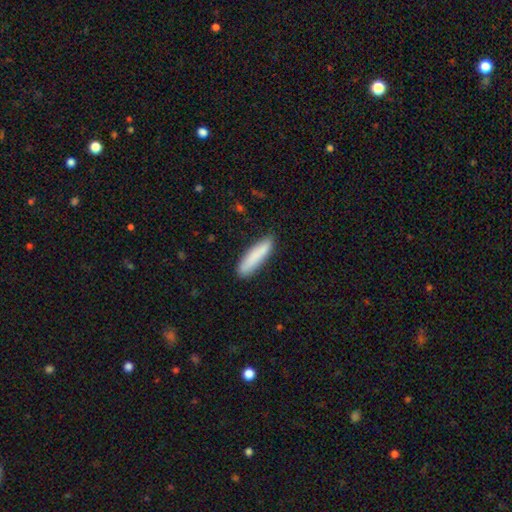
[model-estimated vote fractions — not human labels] Smooth or featured: smooth — 85% (featured or disk — 9%)
How rounded: cigar-shaped — 81% (in between — 18%)
Merging: none — 85% (minor disturbance — 11%)